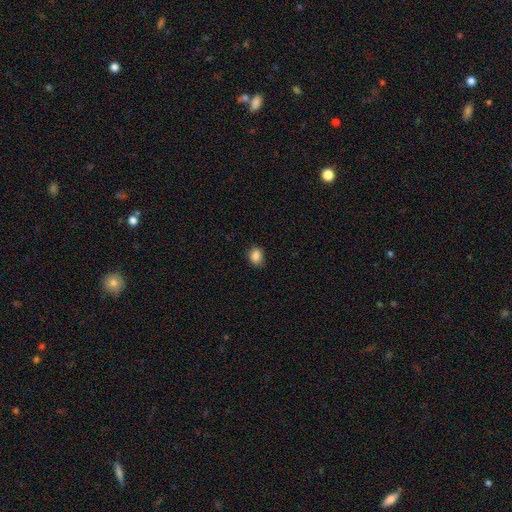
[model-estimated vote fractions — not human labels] Q: Smooth or featured?
A: smooth (86%); runner-up: star or artifact (9%)
Q: How rounded?
A: in between (64%); runner-up: round (35%)
Q: Merging?
A: none (77%); runner-up: minor disturbance (19%)